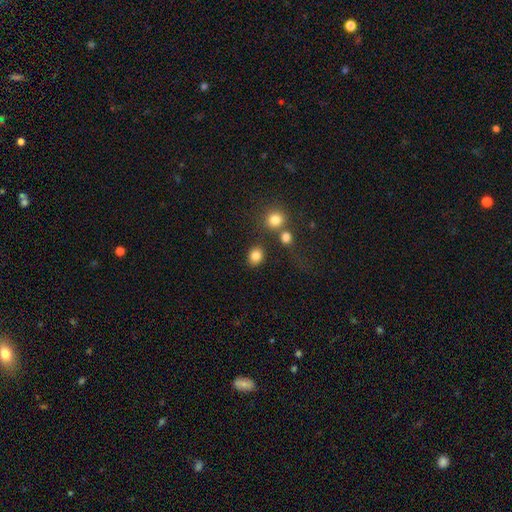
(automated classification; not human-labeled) Smooth or featured? smooth (83%)
How rounded? round (63%)
Merging? none (79%)